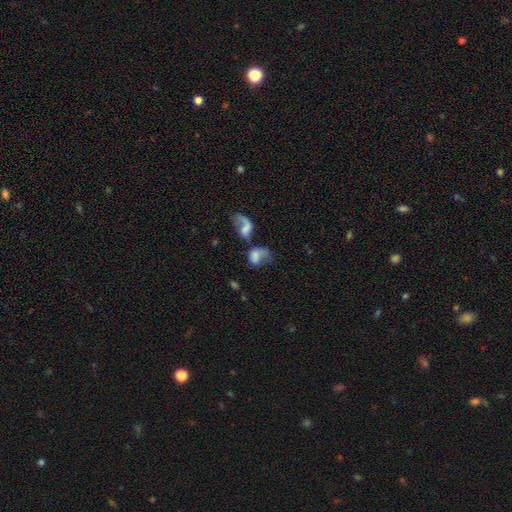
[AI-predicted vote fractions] Smooth or featured? Predicted: smooth (p=0.54). How rounded? Predicted: in between (p=0.73). Merging? Predicted: merger (p=0.55).